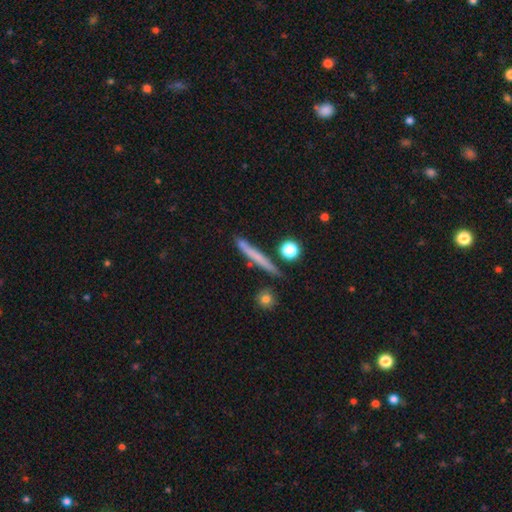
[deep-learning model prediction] smooth_or_featured: smooth (p=0.58) [alt: featured or disk p=0.34]
how_rounded: cigar-shaped (p=0.92) [alt: round p=0.04]
merging: none (p=0.82) [alt: minor disturbance p=0.11]